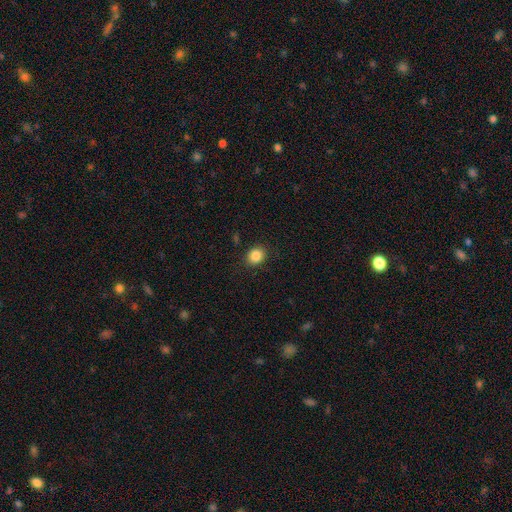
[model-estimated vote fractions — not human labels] This is clearly a smooth galaxy (86%). How rounded: possibly round (59%). Merging: clearly none (88%).